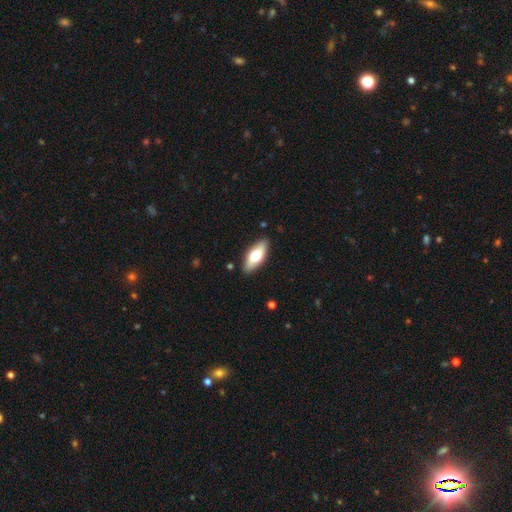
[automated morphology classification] A smooth galaxy with no disk features (65%) that is in between round and cigar-shaped (76%). Merging: none (88%).